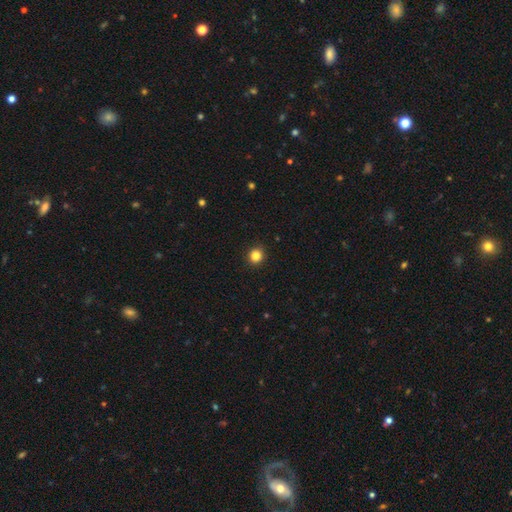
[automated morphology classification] smooth-or-featured: smooth: 84% | star or artifact: 12% | featured or disk: 4%
  how-rounded: round: 91% | in between: 8% | cigar-shaped: 1%
  merging: none: 93% | minor disturbance: 5% | major disturbance: 2% | merger: 1%